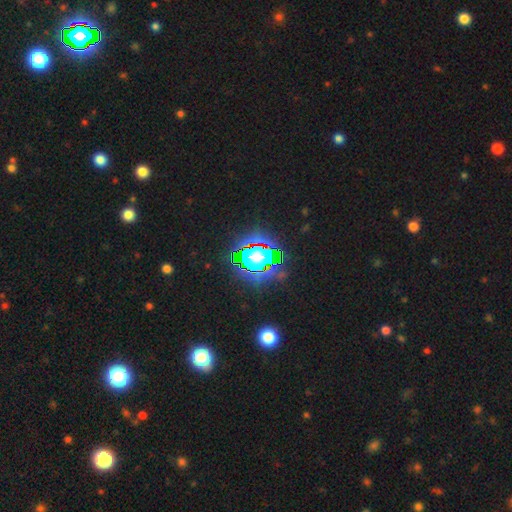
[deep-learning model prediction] A star or artifact, not a galaxy (78%).